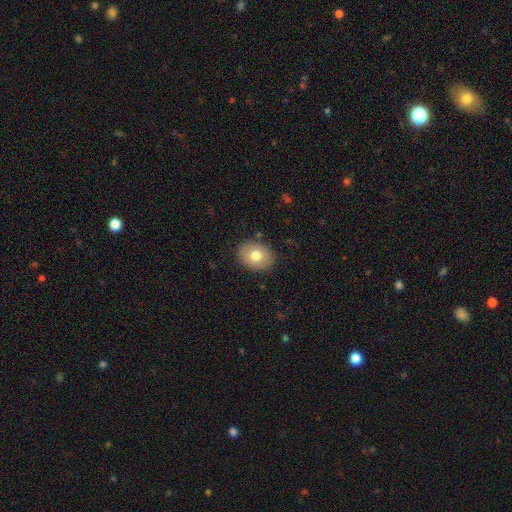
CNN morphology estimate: smooth 76%, featured or disk 16%, star or artifact 8%. Down the decision tree: how rounded — in between (51%); merging — none (87%).